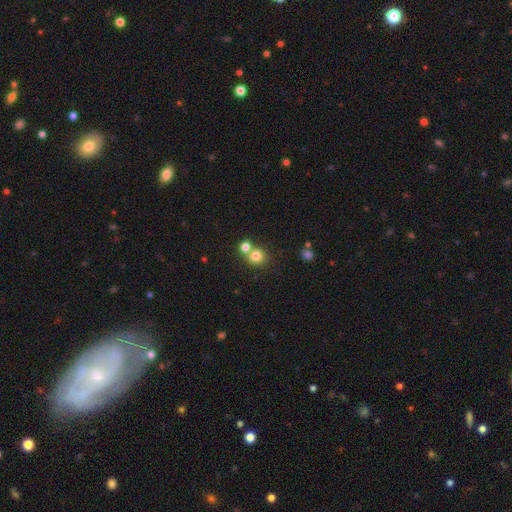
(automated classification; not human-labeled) Smooth or featured? smooth (79%)
How rounded? round (87%)
Merging? none (54%)